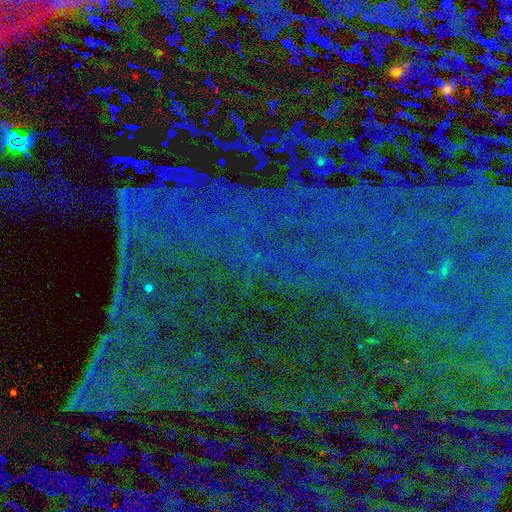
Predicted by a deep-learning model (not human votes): Overall: star or artifact (85%).